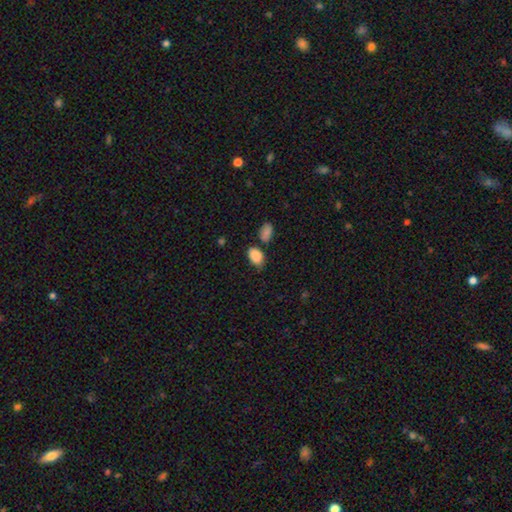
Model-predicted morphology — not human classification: Smooth or featured? Predicted: smooth (p=0.88). How rounded? Predicted: in between (p=0.89). Merging? Predicted: none (p=0.64).